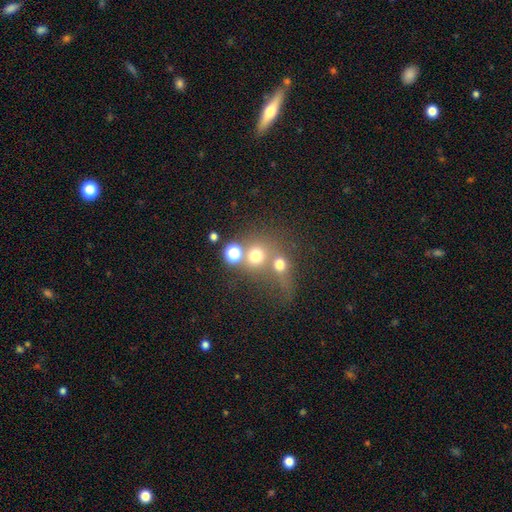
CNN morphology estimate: Q: Smooth or featured?
A: smooth (65%); runner-up: star or artifact (21%)
Q: How rounded?
A: round (86%); runner-up: in between (13%)
Q: Merging?
A: merger (43%); runner-up: none (42%)